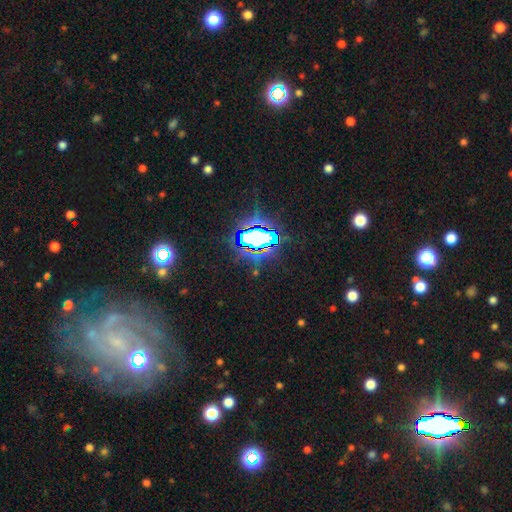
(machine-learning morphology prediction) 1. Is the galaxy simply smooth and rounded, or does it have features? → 74% star or artifact, 14% smooth, 13% featured or disk.